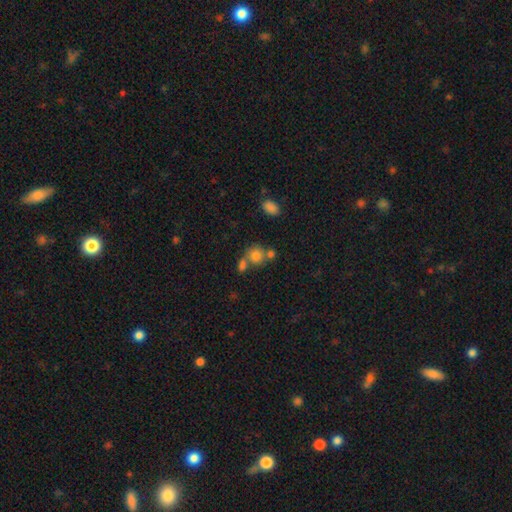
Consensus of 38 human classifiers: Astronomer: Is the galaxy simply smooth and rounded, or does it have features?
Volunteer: smooth — 87%.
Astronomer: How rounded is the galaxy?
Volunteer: round — 91%.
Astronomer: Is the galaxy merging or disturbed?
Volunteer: merger — 49% (runner-up: none, 41%).